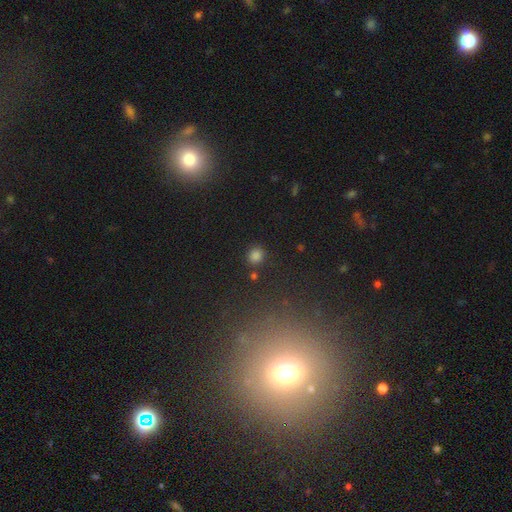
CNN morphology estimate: A smooth galaxy with no disk features (81%) that is round (86%). Merging: none (85%).